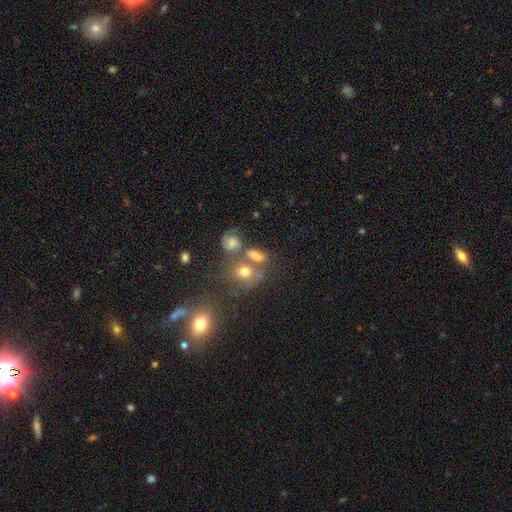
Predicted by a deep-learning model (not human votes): Smooth or featured?
  - smooth: 69% *
  - featured or disk: 16%
  - star or artifact: 15%
How rounded?
  - in between: 58% *
  - round: 37%
  - cigar-shaped: 5%
Merging?
  - none: 43% *
  - merger: 32%
  - minor disturbance: 15%
  - major disturbance: 10%